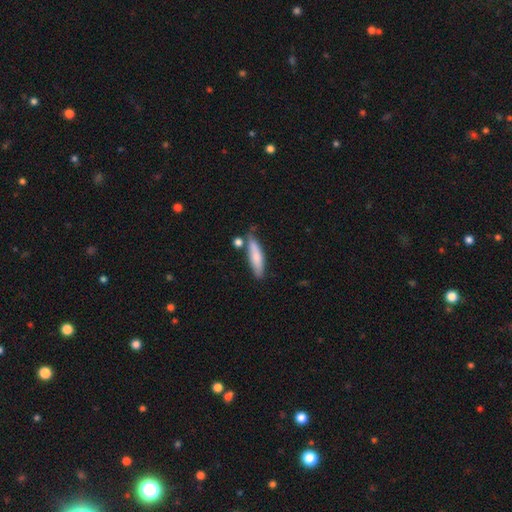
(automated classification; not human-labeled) Smooth or featured: smooth — 77% (featured or disk — 17%)
How rounded: cigar-shaped — 73% (in between — 25%)
Merging: none — 65% (minor disturbance — 18%)